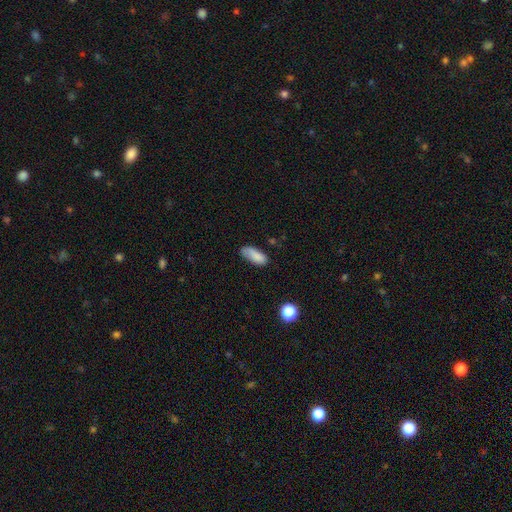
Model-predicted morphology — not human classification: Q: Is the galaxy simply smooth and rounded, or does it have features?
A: smooth — 82%.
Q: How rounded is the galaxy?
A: in between — 80%.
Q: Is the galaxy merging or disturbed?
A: none — 62%.